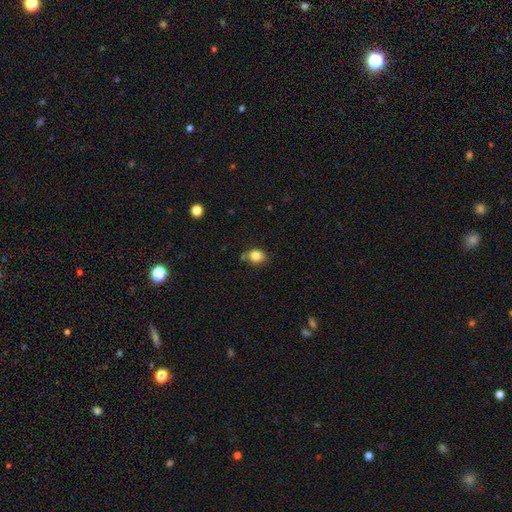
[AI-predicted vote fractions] This appears to be a smooth galaxy with no disk features (84%) that is in between round and cigar-shaped (53%). Merging: none (69%).